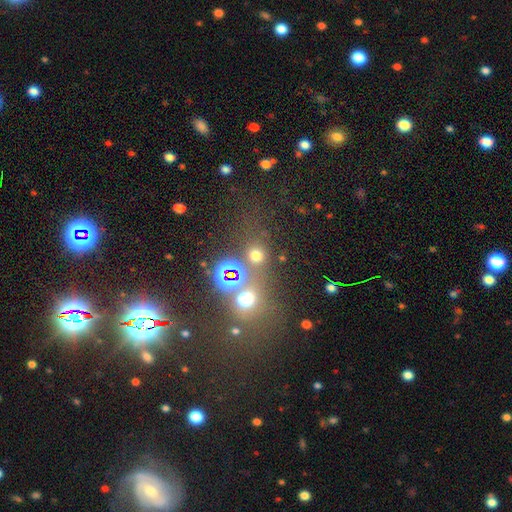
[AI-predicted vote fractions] Smooth or featured? smooth (62%)
How rounded? round (84%)
Merging? none (69%)